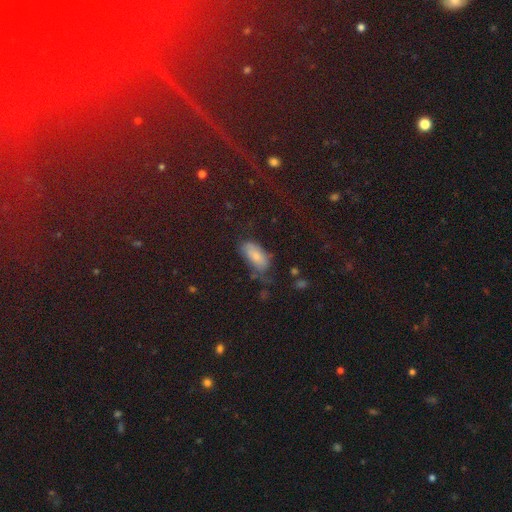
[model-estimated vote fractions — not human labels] This is likely a smooth galaxy (69%). How rounded: clearly in between (89%). Merging: possibly none (50%).